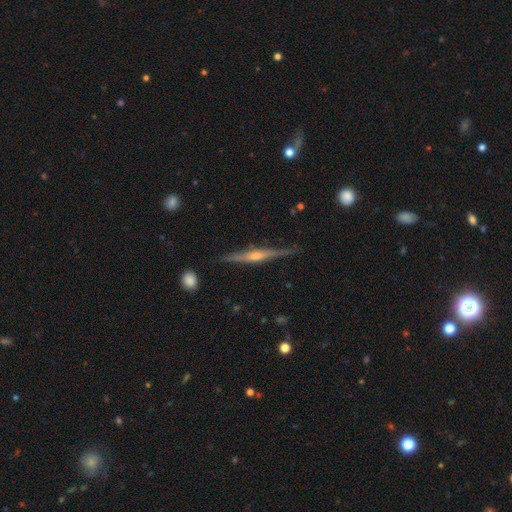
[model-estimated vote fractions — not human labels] Q: Smooth or featured?
A: featured or disk (79%); runner-up: smooth (15%)
Q: Edge-on disk?
A: yes (98%); runner-up: no (2%)
Q: Edge-on bulge?
A: rounded (81%); runner-up: none (10%)
Q: Merging?
A: none (85%); runner-up: minor disturbance (11%)